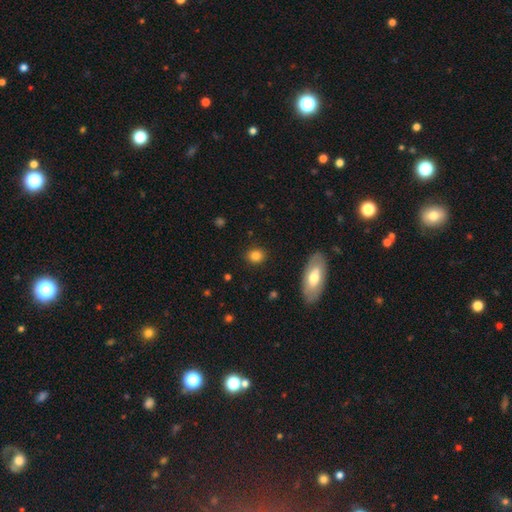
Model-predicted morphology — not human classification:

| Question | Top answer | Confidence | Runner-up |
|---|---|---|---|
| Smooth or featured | smooth | 83% | star or artifact (10%) |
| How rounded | round | 66% | in between (32%) |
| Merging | none | 88% | minor disturbance (8%) |